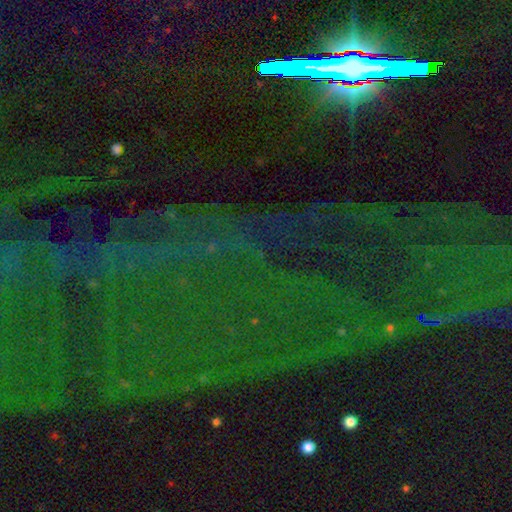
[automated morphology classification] Q: Smooth or featured?
A: star or artifact (86%); runner-up: featured or disk (8%)